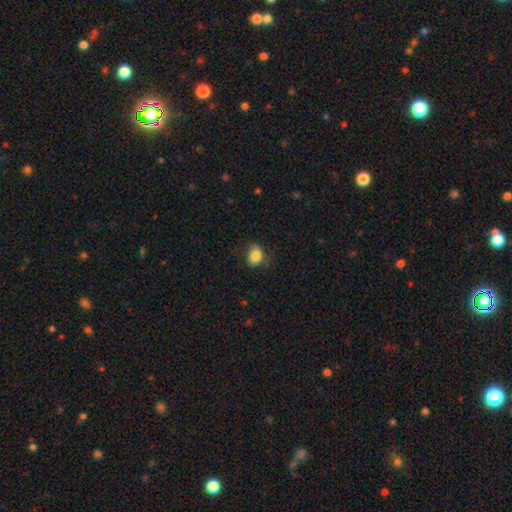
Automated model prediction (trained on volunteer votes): This is clearly a smooth galaxy (84%). How rounded: likely in between (73%). Merging: likely none (71%).